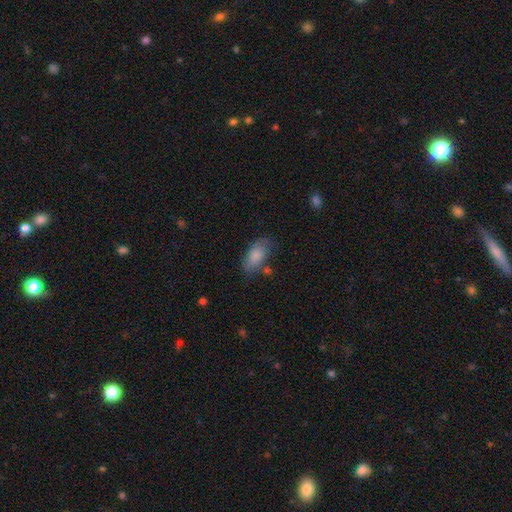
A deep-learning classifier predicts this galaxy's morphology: Smooth or featured: smooth — 83% (featured or disk — 10%)
How rounded: in between — 92% (cigar-shaped — 5%)
Merging: none — 64% (minor disturbance — 23%)